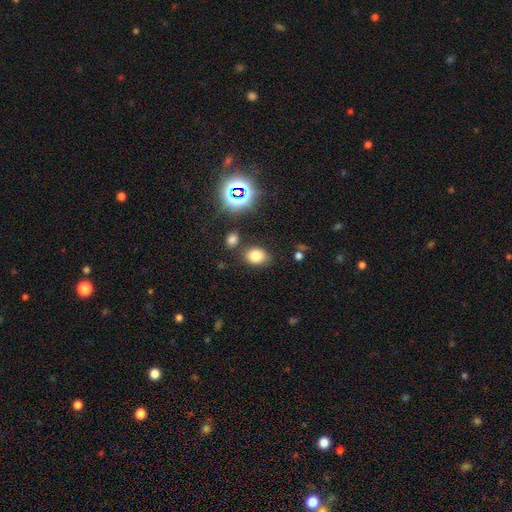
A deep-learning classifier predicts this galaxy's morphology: This is likely a smooth galaxy (76%). How rounded: likely in between (65%). Merging: likely none (76%).